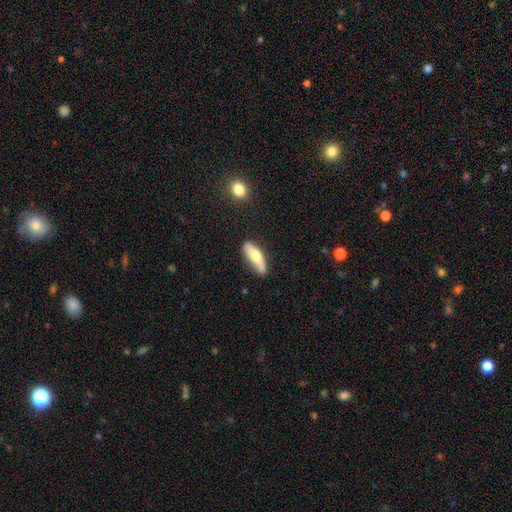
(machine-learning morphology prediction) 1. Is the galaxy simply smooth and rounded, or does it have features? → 61% smooth, 33% featured or disk, 6% star or artifact.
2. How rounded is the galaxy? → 55% cigar-shaped, 43% in between, 2% round.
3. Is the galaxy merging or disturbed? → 72% none, 21% minor disturbance, 4% major disturbance, 3% merger.